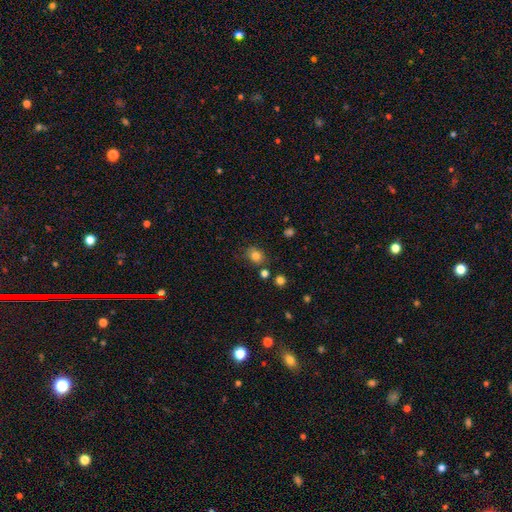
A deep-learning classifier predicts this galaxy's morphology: A smooth galaxy with no disk features (80%) that is round (54%).

Vote fractions:
- Smooth or featured? smooth: 80% / star or artifact: 12% / featured or disk: 7%
- How rounded? round: 54% / in between: 45% / cigar-shaped: 1%
- Merging? none: 77% / minor disturbance: 14% / merger: 6% / major disturbance: 4%